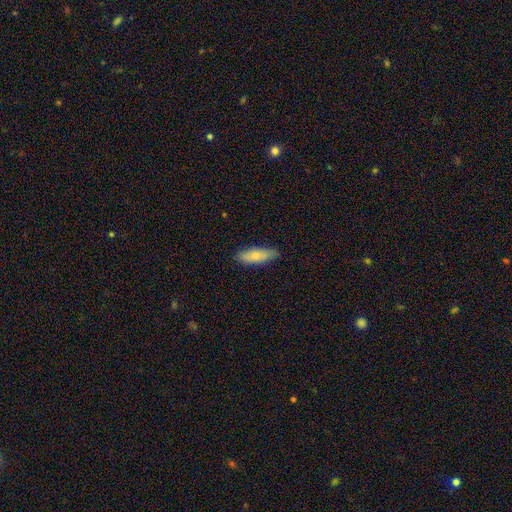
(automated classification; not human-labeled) This appears to be a smooth galaxy with no disk features (76%) that is in between round and cigar-shaped (60%). Merging: none (81%).